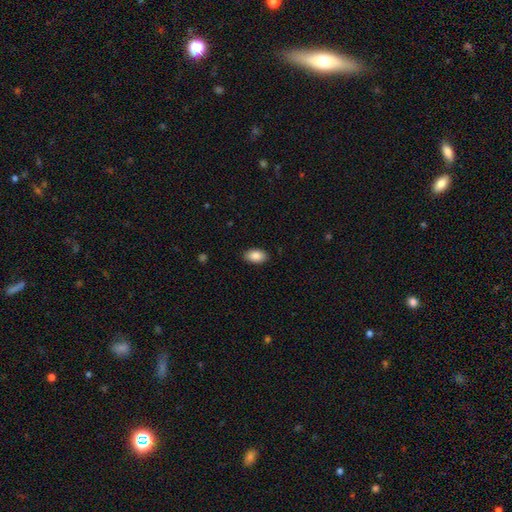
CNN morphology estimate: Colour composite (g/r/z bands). It shows a smooth galaxy with no disk features (88%) that is in between round and cigar-shaped (93%). Merging: none (88%).